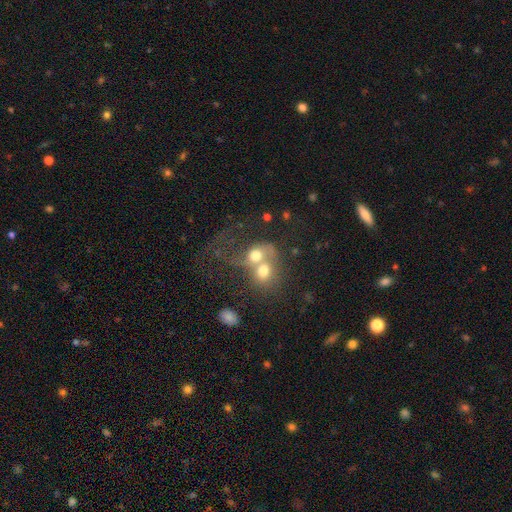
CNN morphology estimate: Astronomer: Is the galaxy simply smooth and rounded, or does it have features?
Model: smooth — 55% (runner-up: featured or disk, 32%).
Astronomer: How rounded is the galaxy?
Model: round — 58% (runner-up: in between, 41%).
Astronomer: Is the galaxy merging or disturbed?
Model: merger — 76%.